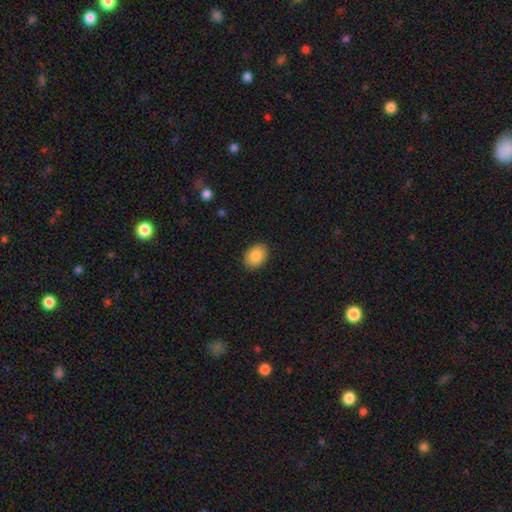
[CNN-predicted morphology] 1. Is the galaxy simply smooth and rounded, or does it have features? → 87% smooth, 7% star or artifact, 5% featured or disk.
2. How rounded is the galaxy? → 67% in between, 32% round, 1% cigar-shaped.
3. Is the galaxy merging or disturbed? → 89% none, 8% minor disturbance, 2% major disturbance, 1% merger.